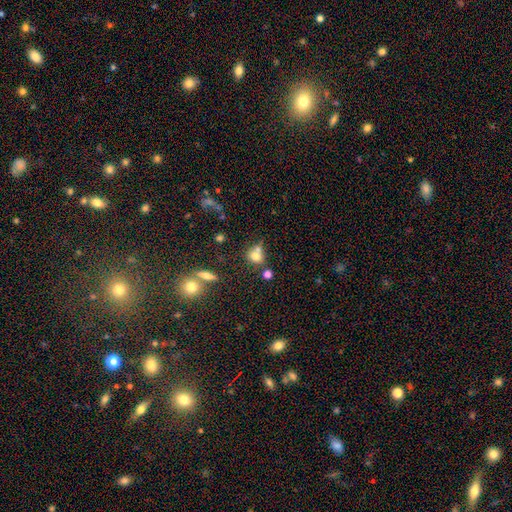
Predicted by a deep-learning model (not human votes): Overall: smooth (72%). How rounded: round (68%; in between 30%). Merging: none (42%; merger 41%).